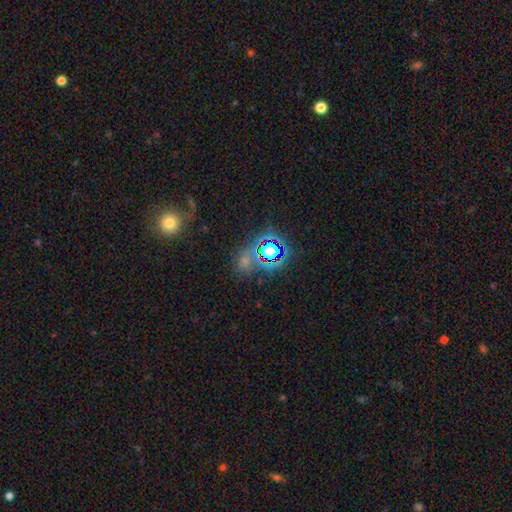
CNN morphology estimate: Smooth or featured: star or artifact — 54% (smooth — 33%)